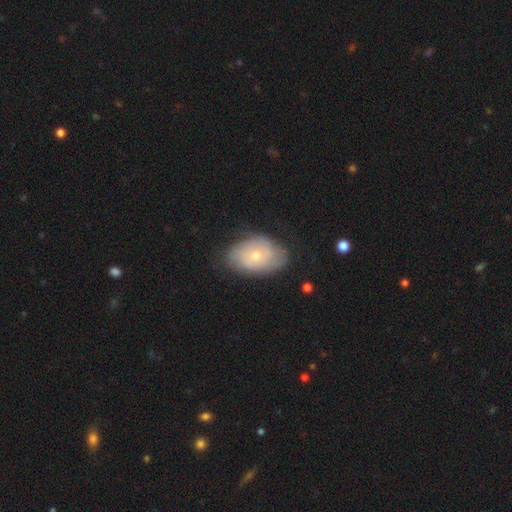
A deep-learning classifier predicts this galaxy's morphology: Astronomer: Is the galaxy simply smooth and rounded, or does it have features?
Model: smooth — 49% (runner-up: featured or disk, 44%).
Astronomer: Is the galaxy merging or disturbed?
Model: none — 71%.